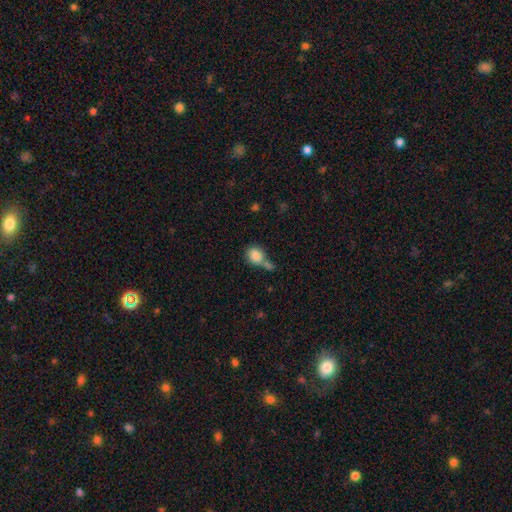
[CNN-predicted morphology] smooth_or_featured: smooth (p=0.83) [alt: star or artifact p=0.09]
how_rounded: round (p=0.69) [alt: in between p=0.30]
merging: none (p=0.39) [alt: merger p=0.37]